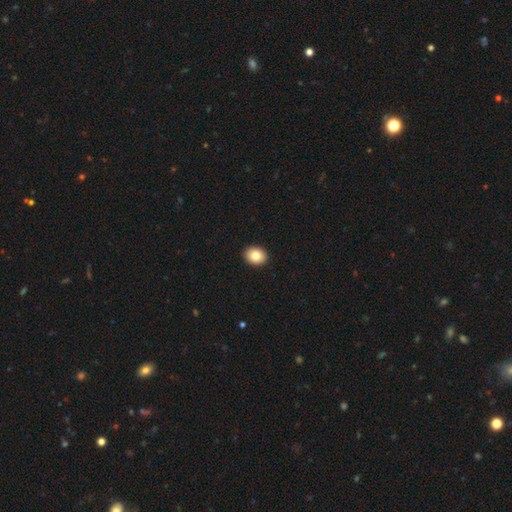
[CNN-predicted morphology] A smooth galaxy with no disk features (82%) that is in between round and cigar-shaped (55%). Merging: none (93%).